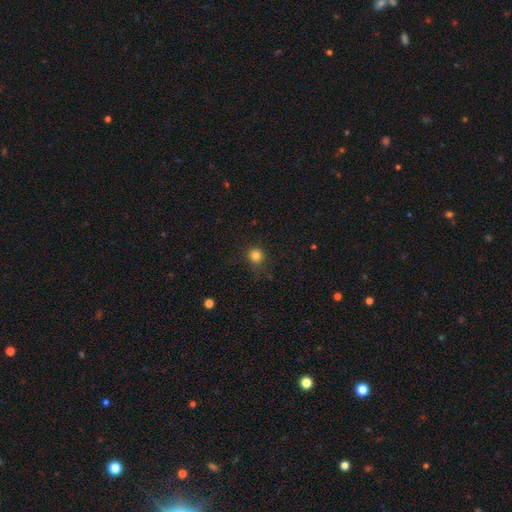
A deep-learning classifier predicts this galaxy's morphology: The model was most divided on "smooth or featured": smooth: 82%, star or artifact: 14%, featured or disk: 4%. More confident: how rounded — round (91%); merging — none (83%).